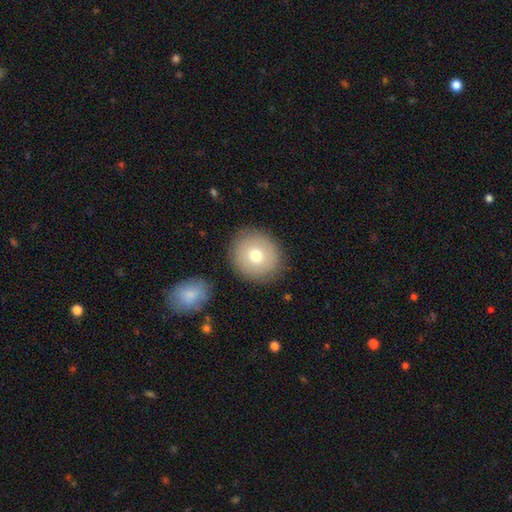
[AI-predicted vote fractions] A smooth galaxy with no disk features (71%) that is round (88%).

Vote fractions:
- Smooth or featured? smooth: 71% / featured or disk: 19% / star or artifact: 9%
- How rounded? round: 88% / in between: 11% / cigar-shaped: 1%
- Merging? none: 86% / minor disturbance: 8% / major disturbance: 3% / merger: 2%